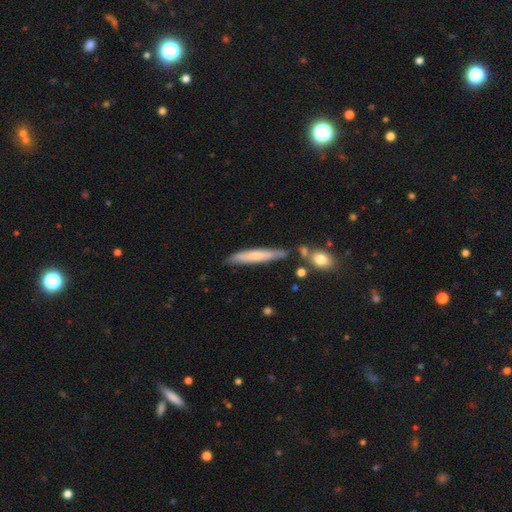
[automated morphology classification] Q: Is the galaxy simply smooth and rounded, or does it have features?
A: smooth — 59%.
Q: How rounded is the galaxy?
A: cigar-shaped — 92%.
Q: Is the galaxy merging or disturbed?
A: none — 74%.